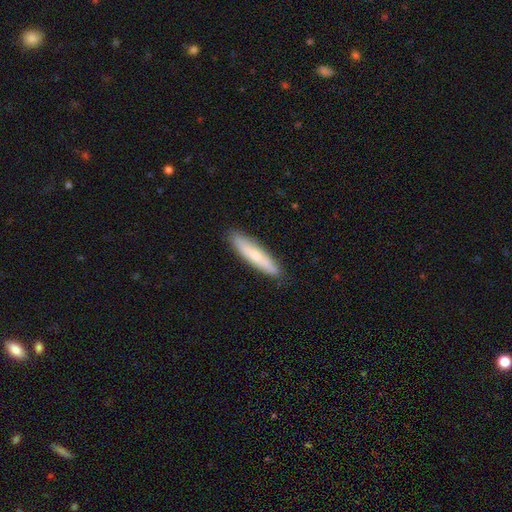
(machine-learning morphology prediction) The model was most divided on "smooth or featured": smooth: 65%, featured or disk: 29%, star or artifact: 6%. More confident: merging — none (89%); how rounded — cigar-shaped (86%).